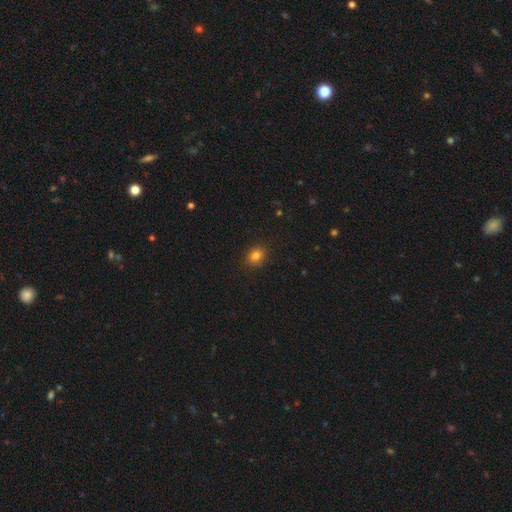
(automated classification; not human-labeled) Morphology: type=smooth (82%); roundness=round (60%); merging=none (89%).